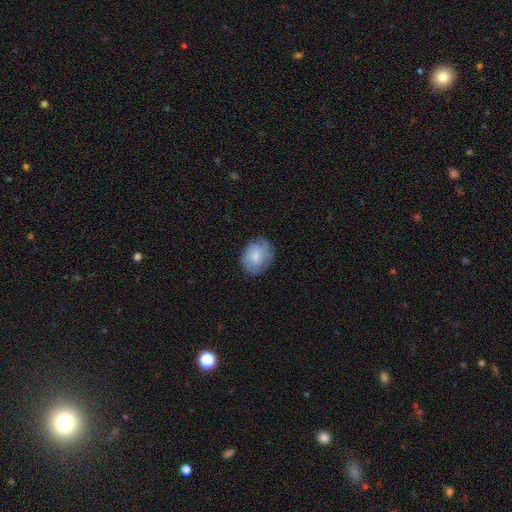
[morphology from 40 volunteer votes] featured or disk 50%, smooth 48%, star or artifact 2%. Down the decision tree: edge-on disk — no (95%); bar — no (63%); spiral arms — yes (68%); spiral arm count — can't tell (54%); spiral winding — tight (77%); bulge size — moderate (42%); merging — none (67%).